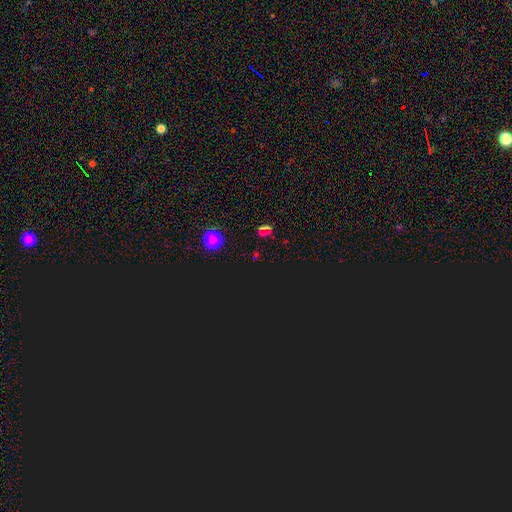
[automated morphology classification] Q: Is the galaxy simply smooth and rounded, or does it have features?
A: star or artifact — 73%.